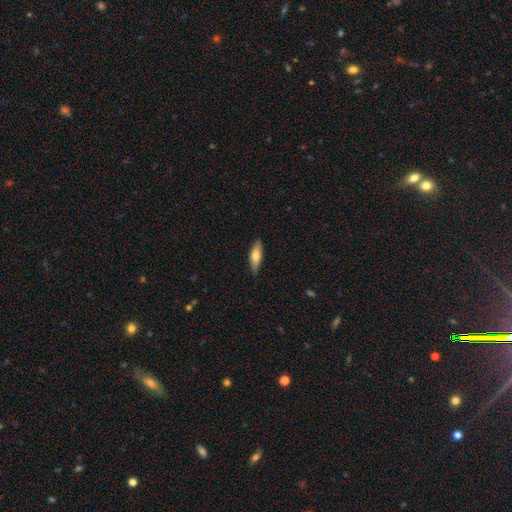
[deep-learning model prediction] Smooth or featured? smooth (67%)
How rounded? in between (53%)
Merging? none (82%)